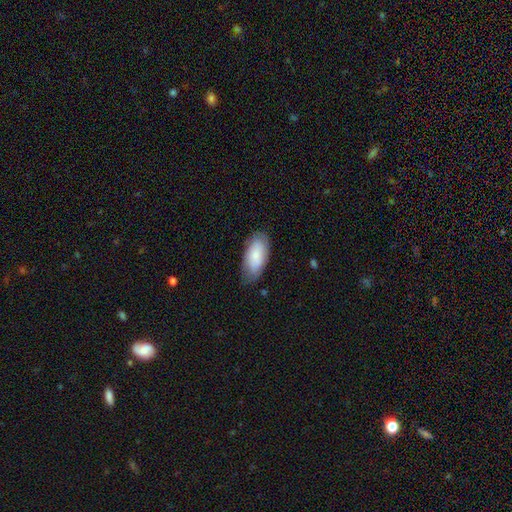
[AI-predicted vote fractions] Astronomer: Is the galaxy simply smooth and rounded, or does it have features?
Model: smooth — 76%.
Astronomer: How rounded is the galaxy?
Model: in between — 92%.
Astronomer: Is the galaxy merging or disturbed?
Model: none — 73%.